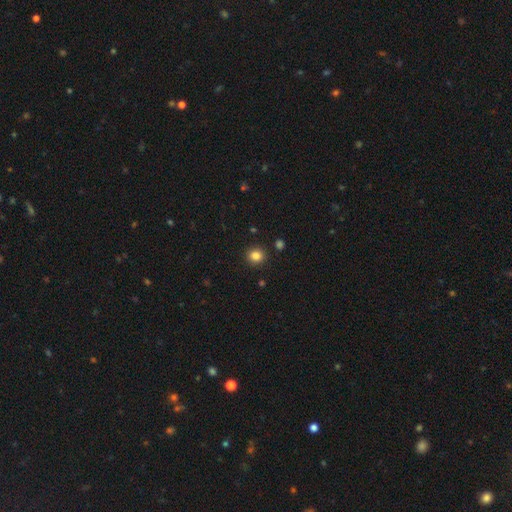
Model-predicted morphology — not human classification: Q: Smooth or featured?
A: smooth (84%); runner-up: star or artifact (12%)
Q: How rounded?
A: round (86%); runner-up: in between (14%)
Q: Merging?
A: none (90%); runner-up: minor disturbance (6%)